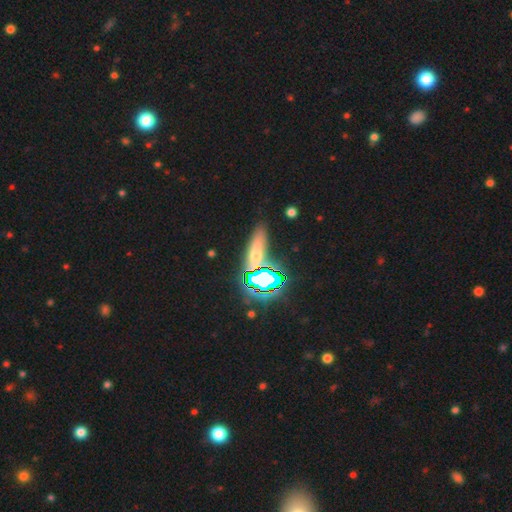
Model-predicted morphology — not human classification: A star or artifact, not a galaxy (46%).